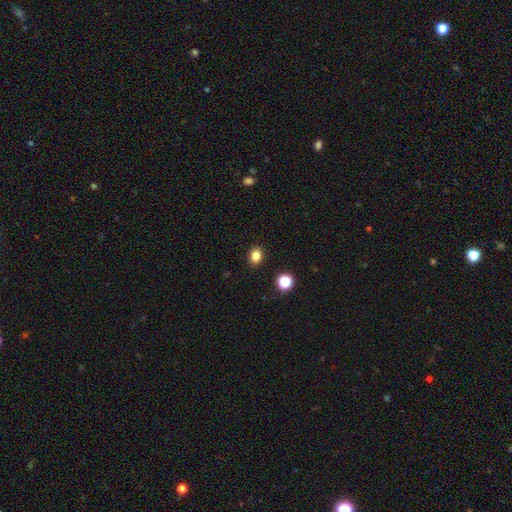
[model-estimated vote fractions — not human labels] smooth-or-featured: smooth: 82% | star or artifact: 13% | featured or disk: 5%
  how-rounded: round: 52% | in between: 47% | cigar-shaped: 1%
  merging: none: 90% | minor disturbance: 7% | major disturbance: 2% | merger: 2%